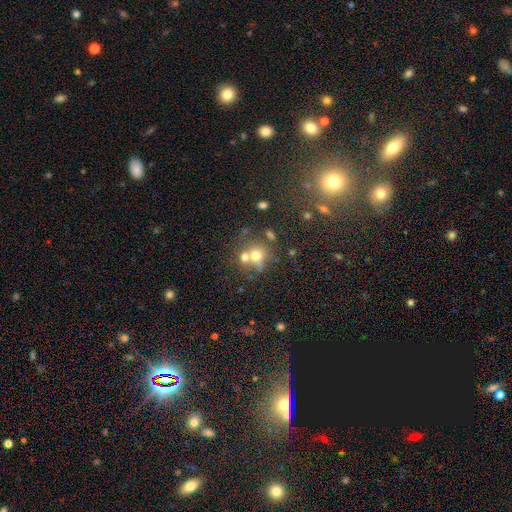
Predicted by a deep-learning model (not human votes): Smooth or featured? smooth (64%)
How rounded? round (81%)
Merging? merger (44%)